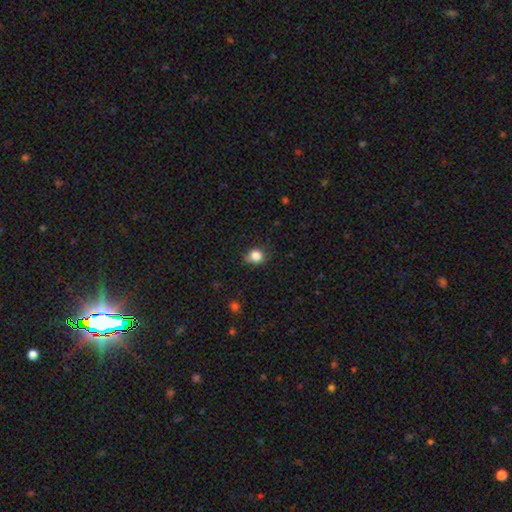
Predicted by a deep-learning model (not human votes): Overall: smooth (83%). How rounded: round (69%; in between 31%). Merging: none (68%).